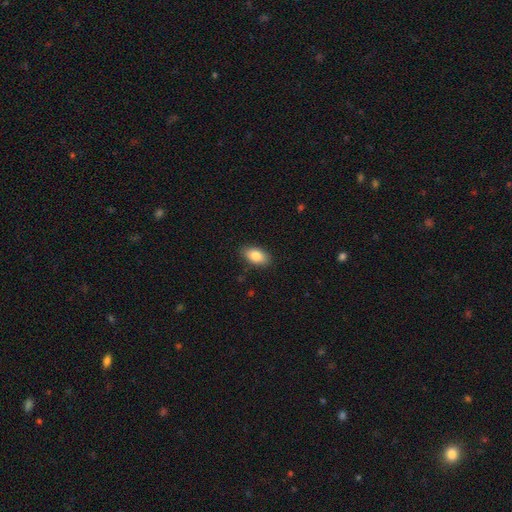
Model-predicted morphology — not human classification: smooth 84%, featured or disk 9%, star or artifact 7%. Down the decision tree: how rounded — in between (92%); merging — none (87%).